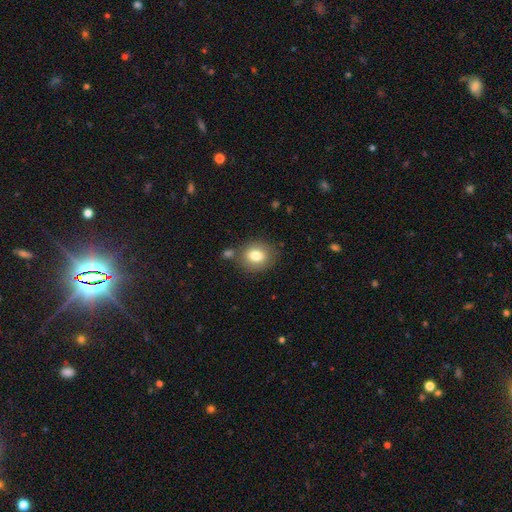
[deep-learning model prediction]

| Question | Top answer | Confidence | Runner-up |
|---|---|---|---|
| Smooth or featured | smooth | 80% | featured or disk (12%) |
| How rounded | round | 61% | in between (38%) |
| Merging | none | 72% | minor disturbance (13%) |